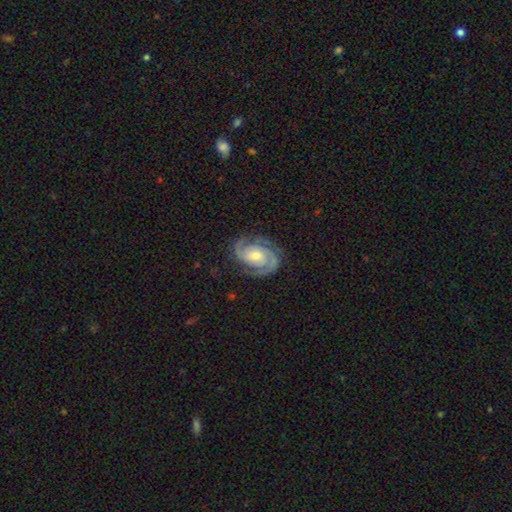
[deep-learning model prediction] featured or disk 91%, smooth 5%, star or artifact 4%. Down the decision tree: edge-on disk — no (98%); bar — no (60%); spiral arms — yes (98%); spiral arm count — 2 (74%); spiral winding — tight (56%); bulge size — moderate (61%); merging — none (80%).